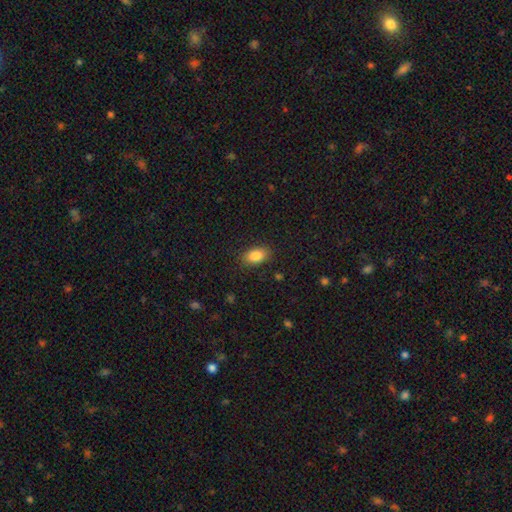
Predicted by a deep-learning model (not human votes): Morphology: type=smooth (86%); roundness=in between (89%); merging=none (86%).